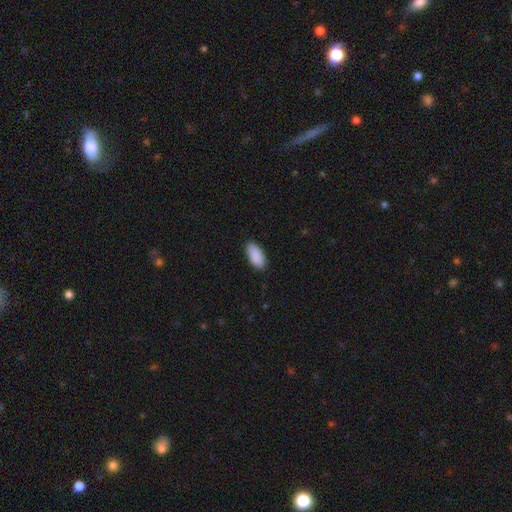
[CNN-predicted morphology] smooth_or_featured: smooth (p=0.91) [alt: star or artifact p=0.06]
how_rounded: in between (p=0.92) [alt: cigar-shaped p=0.06]
merging: none (p=0.88) [alt: minor disturbance p=0.09]